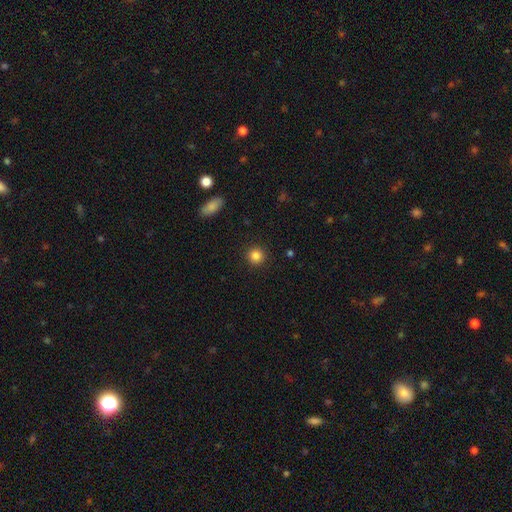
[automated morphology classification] The model was most divided on "smooth or featured": smooth: 85%, star or artifact: 11%, featured or disk: 4%. More confident: how rounded — round (93%); merging — none (92%).